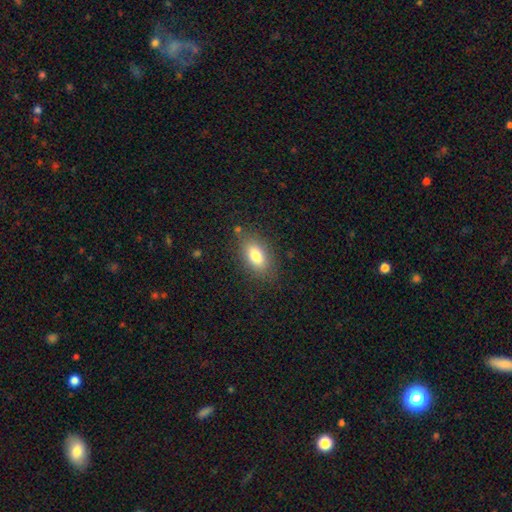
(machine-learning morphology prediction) The model was most divided on "smooth or featured": smooth: 79%, featured or disk: 12%, star or artifact: 9%. More confident: how rounded — in between (87%); merging — none (81%).